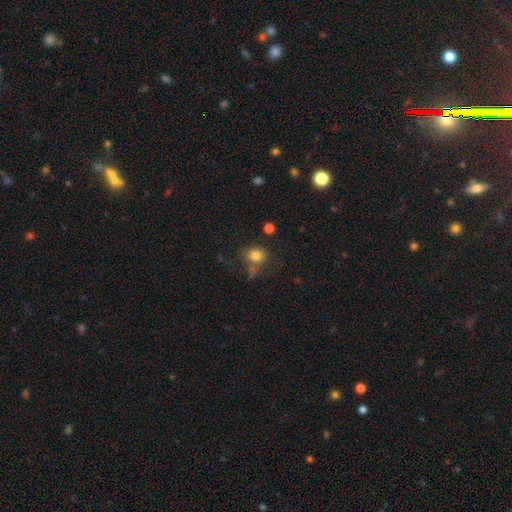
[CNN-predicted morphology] The model was most divided on "merging": none: 62%, minor disturbance: 16%, merger: 15%, major disturbance: 7%. More confident: smooth or featured — smooth (80%); how rounded — round (73%).